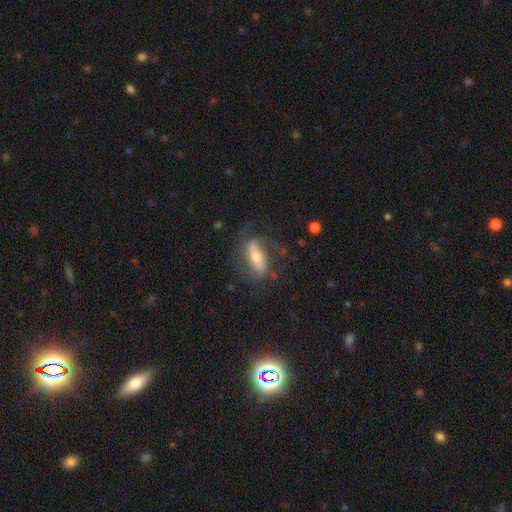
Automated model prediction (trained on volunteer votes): featured or disk 71%, smooth 22%, star or artifact 7%. Down the decision tree: edge-on disk — no (84%); bar — strong (55%); spiral arms — yes (84%); spiral arm count — 2 (72%); spiral winding — medium (42%); bulge size — moderate (50%); merging — none (60%).